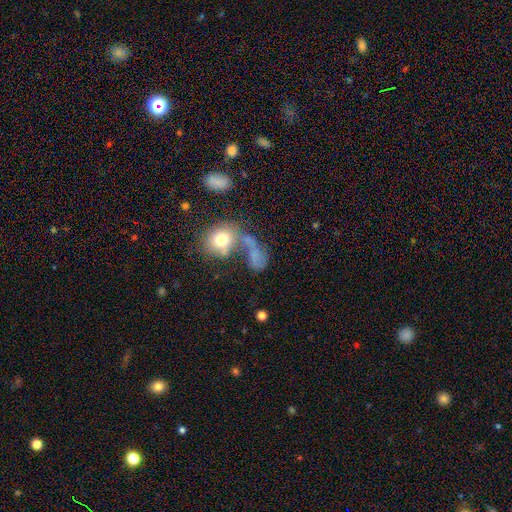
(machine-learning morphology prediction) Smooth or featured? Predicted: smooth (p=0.61). How rounded? Predicted: in between (p=0.61). Merging? Predicted: merger (p=0.43).